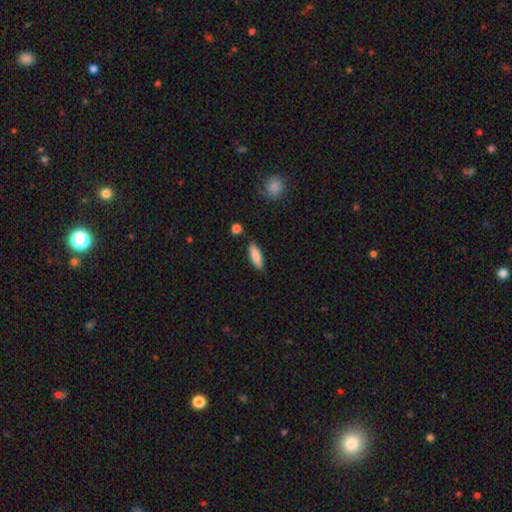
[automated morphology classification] type=smooth (86%); roundness=cigar-shaped (53%); merging=none (84%).